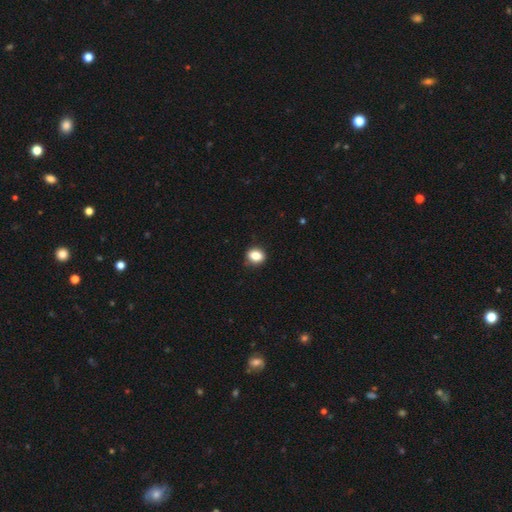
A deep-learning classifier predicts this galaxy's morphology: The model was most divided on "how rounded": round: 58%, in between: 41%, cigar-shaped: 1%. More confident: merging — none (86%); smooth or featured — smooth (84%).